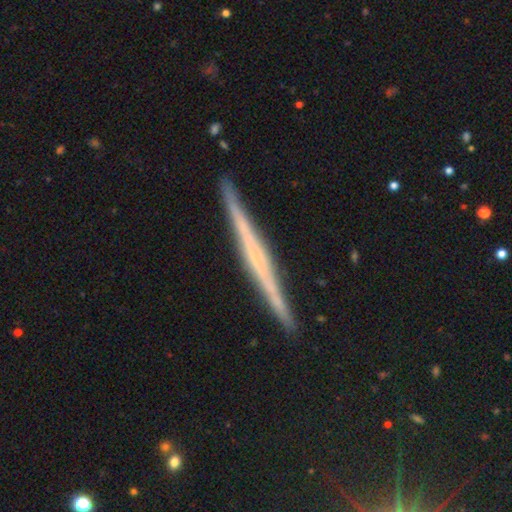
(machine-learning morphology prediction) smooth-or-featured: featured or disk: 70% | smooth: 22% | star or artifact: 8%
  disk-edge-on: yes: 98% | no: 2%
    edge-on-bulge: none: 66% | rounded: 18% | boxy: 16%
  merging: none: 91% | minor disturbance: 6% | major disturbance: 1% | merger: 1%